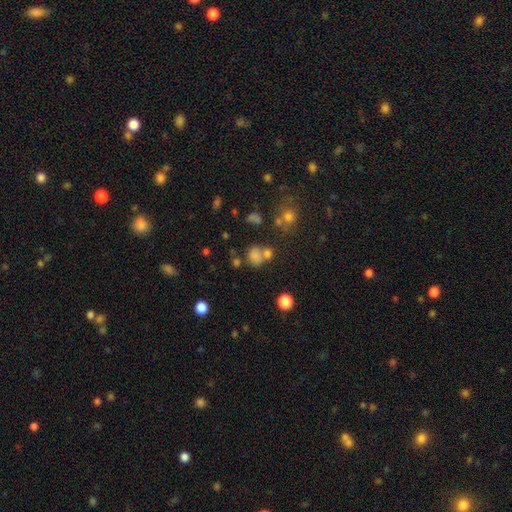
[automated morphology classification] smooth-or-featured: smooth: 72% | star or artifact: 18% | featured or disk: 10%
  how-rounded: round: 69% | in between: 30% | cigar-shaped: 1%
  merging: none: 51% | merger: 29% | minor disturbance: 13% | major disturbance: 7%